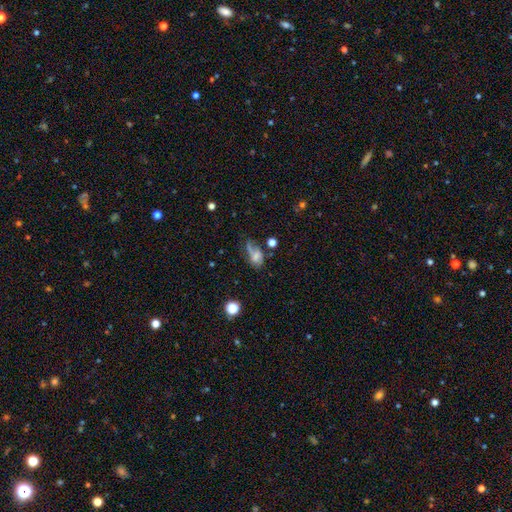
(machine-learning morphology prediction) Smooth or featured: smooth — 53% (featured or disk — 32%)
How rounded: in between — 80% (round — 13%)
Merging: major disturbance — 33% (none — 30%)